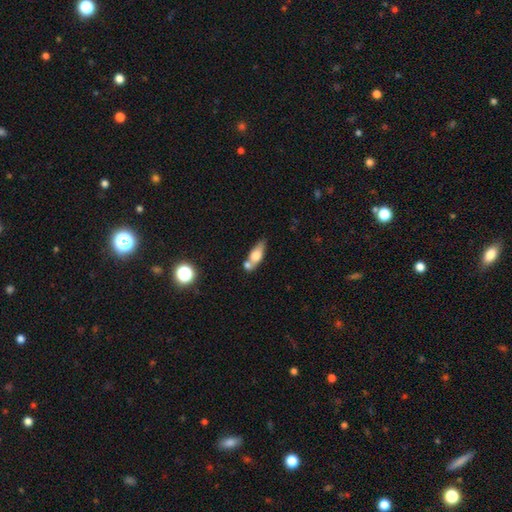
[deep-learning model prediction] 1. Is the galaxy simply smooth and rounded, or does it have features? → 65% smooth, 27% featured or disk, 8% star or artifact.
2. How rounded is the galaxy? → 65% in between, 29% cigar-shaped, 6% round.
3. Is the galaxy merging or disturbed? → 45% none, 34% merger, 16% minor disturbance, 5% major disturbance.